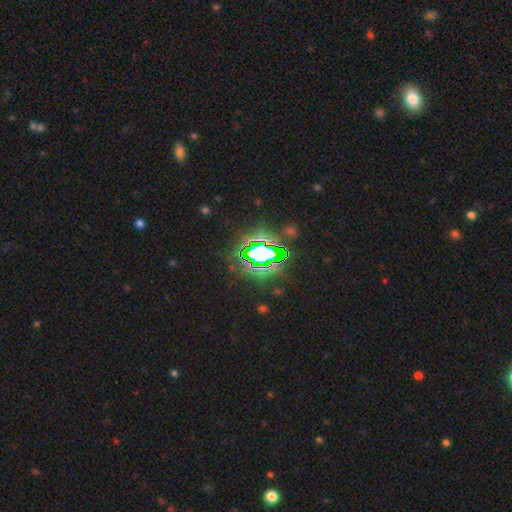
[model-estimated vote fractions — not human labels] A star or artifact, not a galaxy (81%).

Vote fractions:
- Smooth or featured? star or artifact: 81% / smooth: 11% / featured or disk: 8%